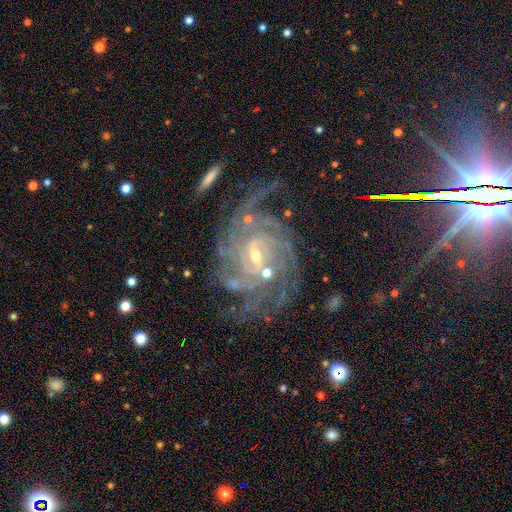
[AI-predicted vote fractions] Smooth or featured? Predicted: featured or disk (p=0.91). Edge-on disk? Predicted: no (p=0.97). Bar? Predicted: weak (p=0.53). Spiral arms? Predicted: yes (p=0.98). Spiral winding? Predicted: tight (p=0.68). Spiral arm count? Predicted: 4 (p=0.27). Bulge size? Predicted: small (p=0.65). Merging? Predicted: none (p=0.65).